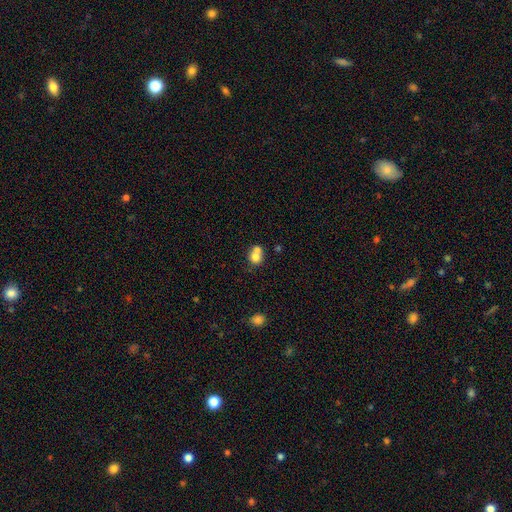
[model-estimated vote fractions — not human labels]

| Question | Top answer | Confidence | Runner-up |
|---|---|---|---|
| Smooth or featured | smooth | 74% | featured or disk (16%) |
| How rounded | round | 76% | in between (23%) |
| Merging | merger | 58% | none (32%) |